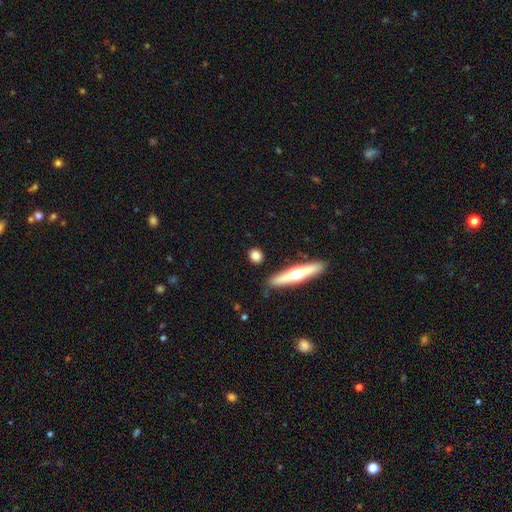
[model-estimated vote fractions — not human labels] smooth-or-featured: smooth: 76% | featured or disk: 16% | star or artifact: 7%
  how-rounded: round: 59% | in between: 23% | cigar-shaped: 17%
  merging: none: 86% | minor disturbance: 8% | merger: 3% | major disturbance: 2%